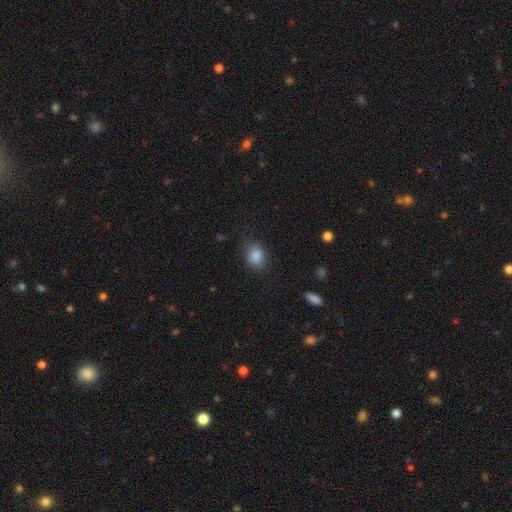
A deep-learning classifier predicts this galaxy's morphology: Smooth or featured? smooth (84%)
How rounded? in between (69%)
Merging? none (74%)